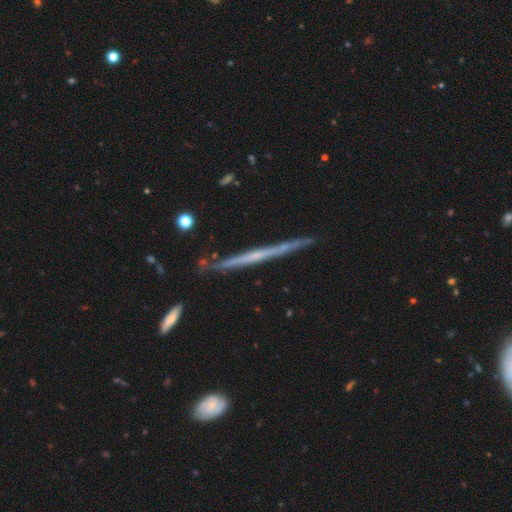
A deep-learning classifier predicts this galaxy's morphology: featured or disk 69%, smooth 25%, star or artifact 6%. Down the decision tree: edge-on disk — yes (97%); edge-on bulge — none (81%); merging — none (85%).